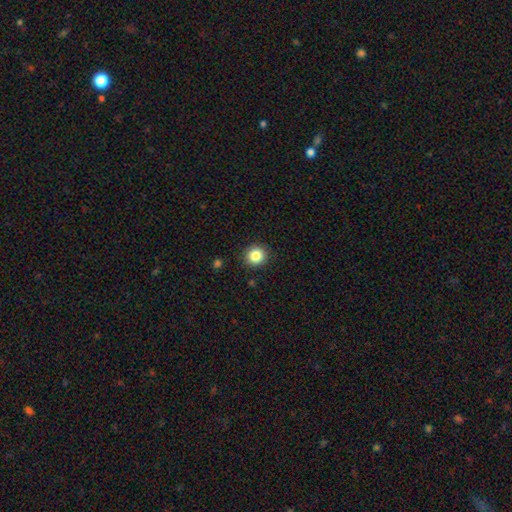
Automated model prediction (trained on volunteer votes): Smooth or featured? smooth (84%)
How rounded? round (93%)
Merging? none (91%)